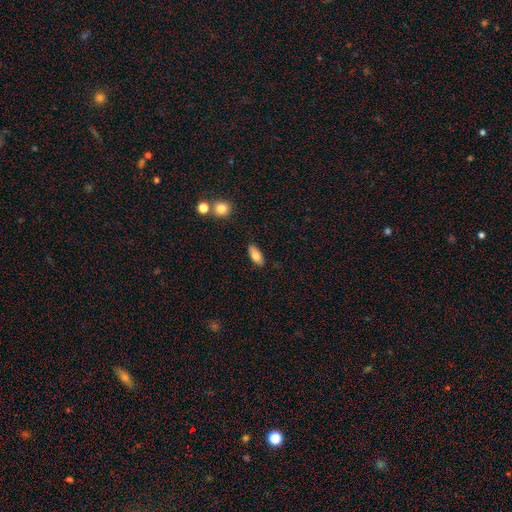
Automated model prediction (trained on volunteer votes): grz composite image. It shows a smooth galaxy with no disk features (77%) that is in between round and cigar-shaped (78%). Merging: none (86%).